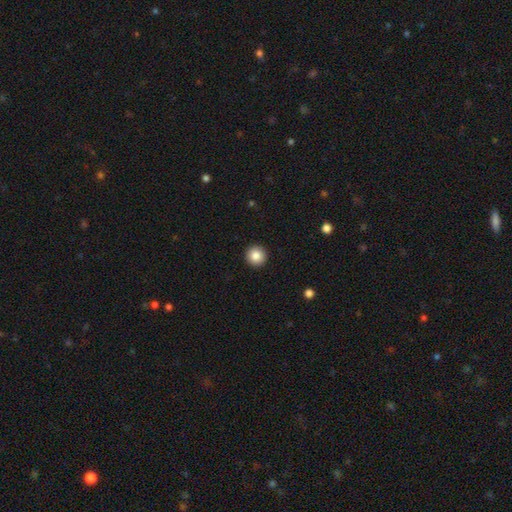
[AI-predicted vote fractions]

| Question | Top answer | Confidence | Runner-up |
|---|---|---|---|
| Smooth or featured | smooth | 85% | star or artifact (9%) |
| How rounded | round | 96% | in between (3%) |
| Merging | none | 94% | minor disturbance (4%) |